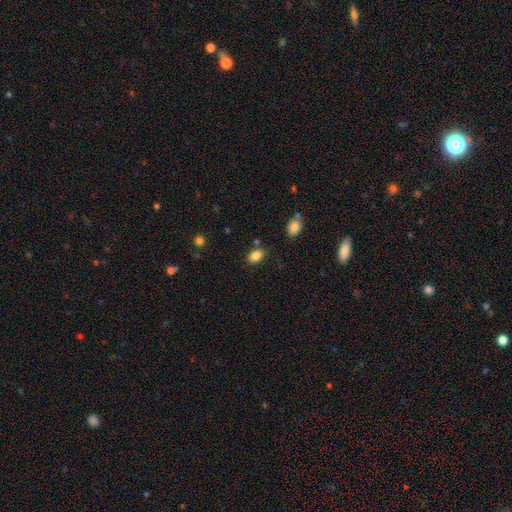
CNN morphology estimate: This appears to be a smooth galaxy with no disk features (85%) that is in between round and cigar-shaped (86%). Merging: none (80%).